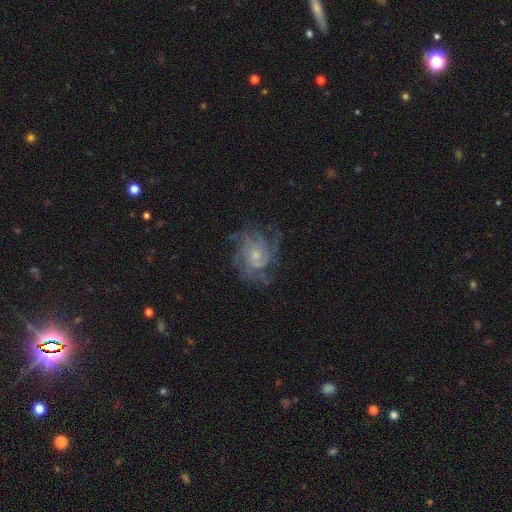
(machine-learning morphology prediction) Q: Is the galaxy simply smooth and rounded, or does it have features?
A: featured or disk — 78%.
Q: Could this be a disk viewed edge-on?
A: no — 98%.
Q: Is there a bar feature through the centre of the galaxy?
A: no — 76%.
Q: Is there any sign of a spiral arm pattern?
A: yes — 89%.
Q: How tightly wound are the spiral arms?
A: tight — 43%.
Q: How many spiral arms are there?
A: can't tell — 37%.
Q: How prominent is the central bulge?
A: small — 59%.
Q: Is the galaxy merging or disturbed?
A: none — 63%.